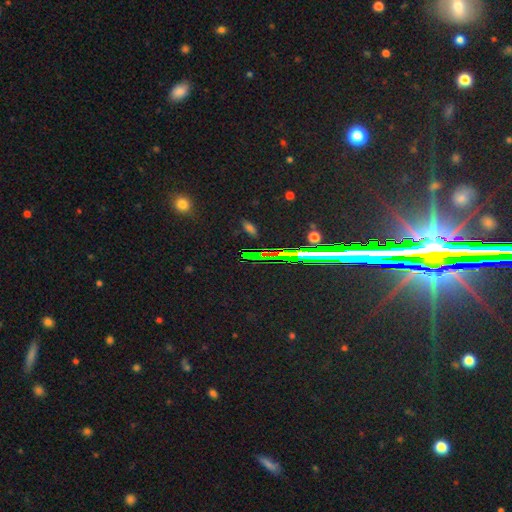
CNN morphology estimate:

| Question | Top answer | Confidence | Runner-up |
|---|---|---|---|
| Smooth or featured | star or artifact | 66% | smooth (22%) |